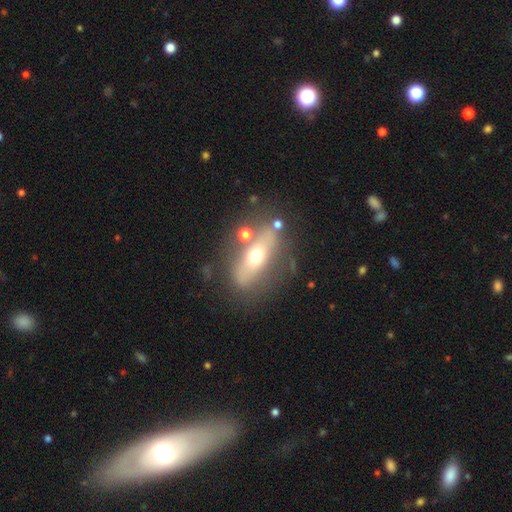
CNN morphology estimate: A featured or disk galaxy (51%). Merging: none (68%).